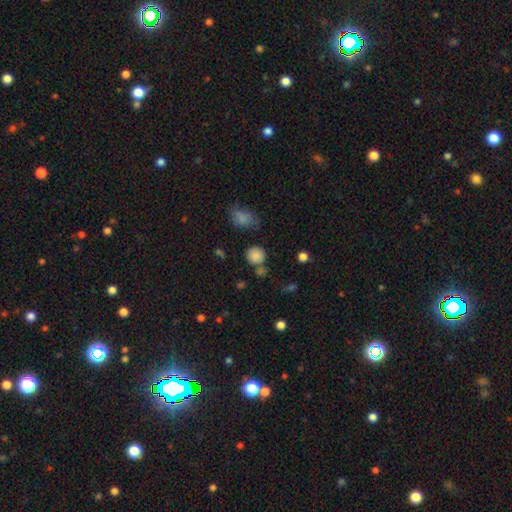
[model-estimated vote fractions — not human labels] smooth_or_featured: smooth (p=0.83) [alt: star or artifact p=0.11]
how_rounded: round (p=0.89) [alt: in between p=0.10]
merging: none (p=0.70) [alt: merger p=0.14]